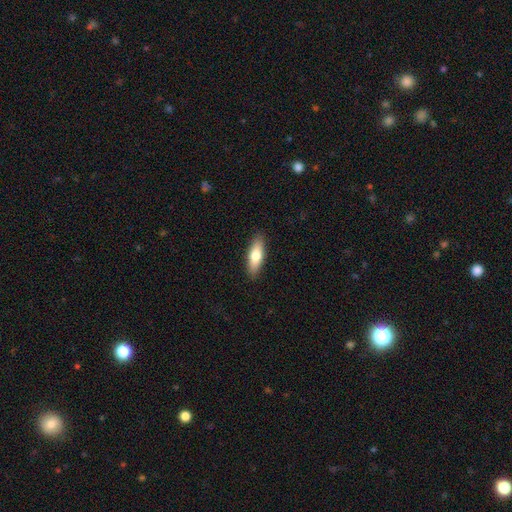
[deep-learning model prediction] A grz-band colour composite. It shows a smooth galaxy with no disk features (70%) that is in between round and cigar-shaped (55%). Merging: none (89%).